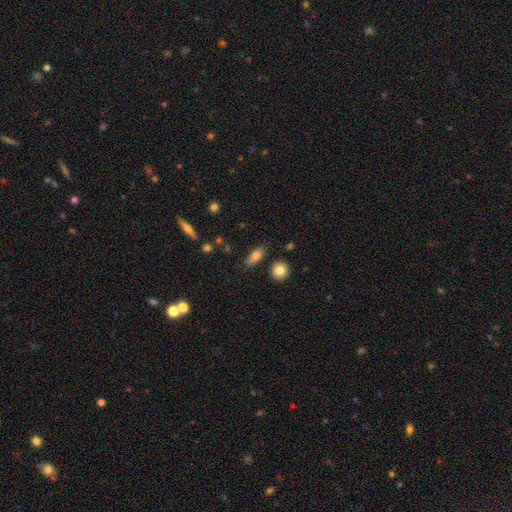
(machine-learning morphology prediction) smooth-or-featured: smooth: 75% | featured or disk: 17% | star or artifact: 8%
  how-rounded: in between: 70% | cigar-shaped: 23% | round: 7%
  merging: none: 78% | minor disturbance: 15% | merger: 4% | major disturbance: 3%